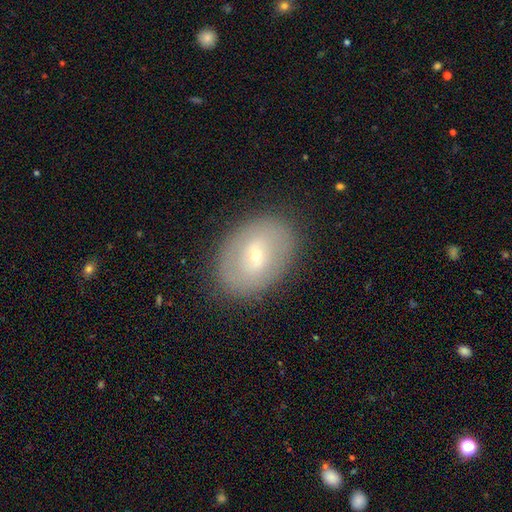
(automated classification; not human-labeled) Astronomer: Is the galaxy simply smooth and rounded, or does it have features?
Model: featured or disk — 51% (runner-up: smooth, 40%).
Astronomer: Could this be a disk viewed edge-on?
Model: no — 92%.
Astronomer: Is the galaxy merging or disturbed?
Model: none — 85%.